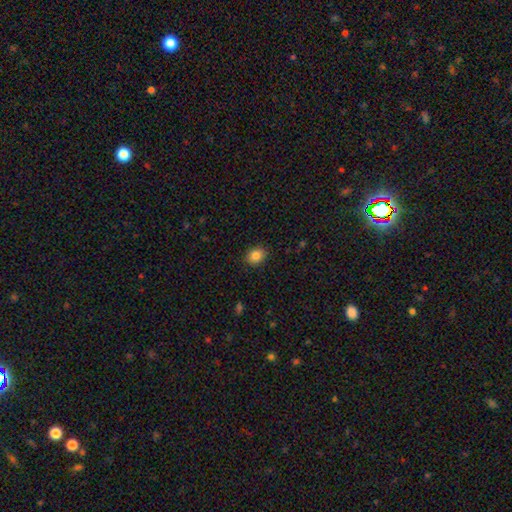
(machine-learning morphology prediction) type=smooth (84%); roundness=round (50%); merging=none (89%).